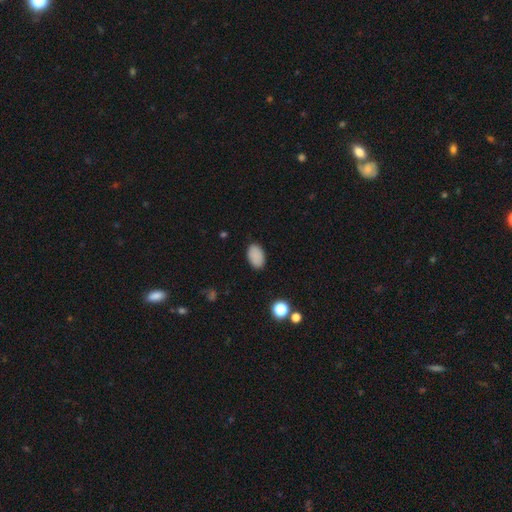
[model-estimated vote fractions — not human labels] Smooth or featured? Predicted: smooth (p=0.88). How rounded? Predicted: in between (p=0.93). Merging? Predicted: none (p=0.88).